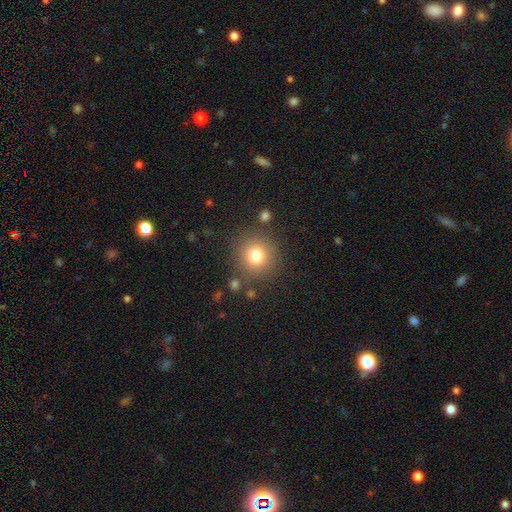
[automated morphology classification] Overall: smooth (77%). How rounded: round (93%). Merging: none (84%).